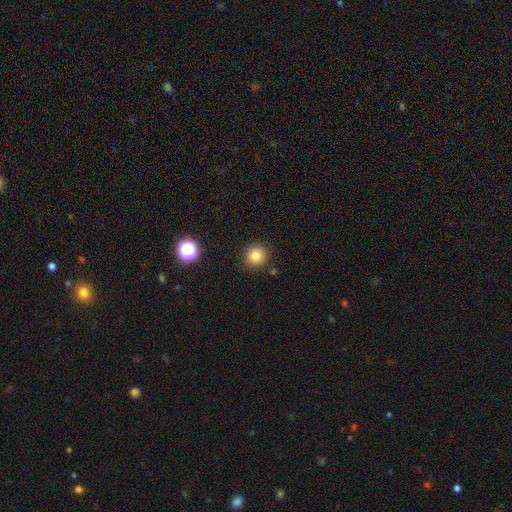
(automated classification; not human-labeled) Smooth or featured: smooth — 82% (star or artifact — 13%)
How rounded: round — 93% (in between — 6%)
Merging: none — 90% (minor disturbance — 6%)